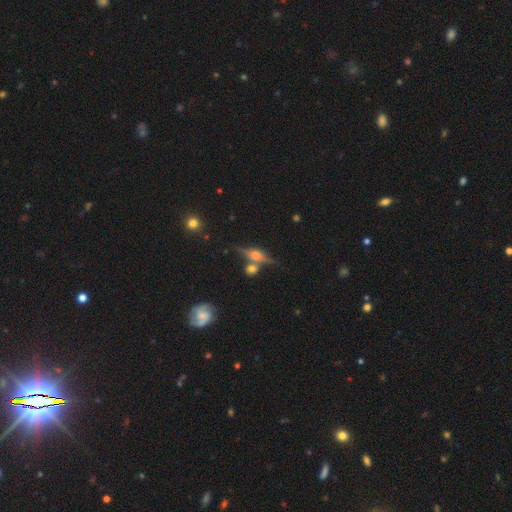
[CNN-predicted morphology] This appears to be a featured or disk galaxy (69%) viewed edge-on (93%) with a rounded central bulge (85%). Merging: none (67%).